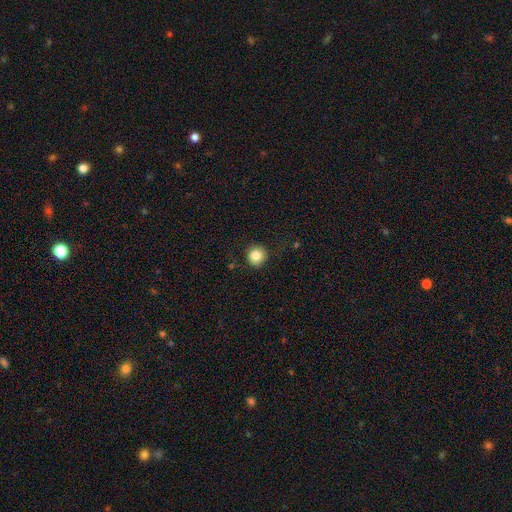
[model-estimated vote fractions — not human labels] This is clearly a smooth galaxy (82%). How rounded: clearly round (94%). Merging: clearly none (89%).